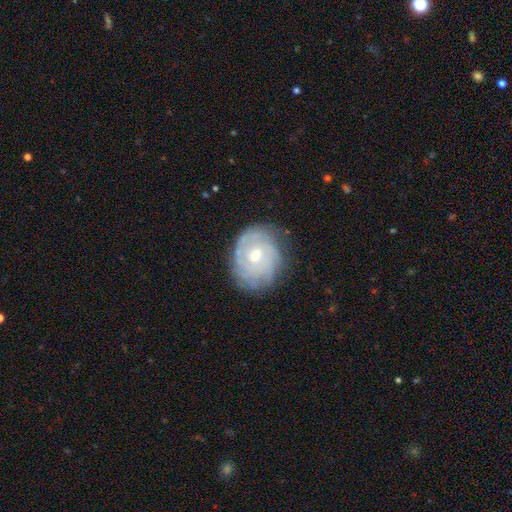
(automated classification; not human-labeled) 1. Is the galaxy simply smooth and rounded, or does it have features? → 78% featured or disk, 16% smooth, 6% star or artifact.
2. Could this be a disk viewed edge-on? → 97% no, 3% yes.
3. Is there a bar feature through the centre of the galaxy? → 68% no, 28% weak, 4% strong.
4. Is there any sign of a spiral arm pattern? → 92% yes, 8% no.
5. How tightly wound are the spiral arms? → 74% tight, 20% medium, 5% loose.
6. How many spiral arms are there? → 46% can't tell, 17% 3, 14% 2, 11% 4, 6% more than 4, 6% 1.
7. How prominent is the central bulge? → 60% moderate, 34% small, 3% large, 1% none, 1% dominant.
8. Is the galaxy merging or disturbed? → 77% none, 17% minor disturbance, 5% major disturbance, 1% merger.